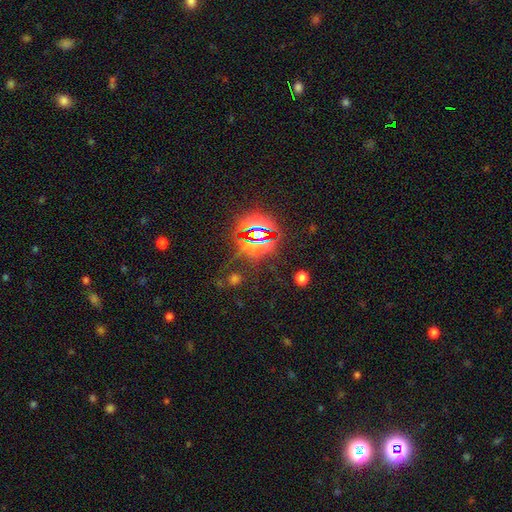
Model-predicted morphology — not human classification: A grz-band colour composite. It shows a star or artifact, not a galaxy (82%).